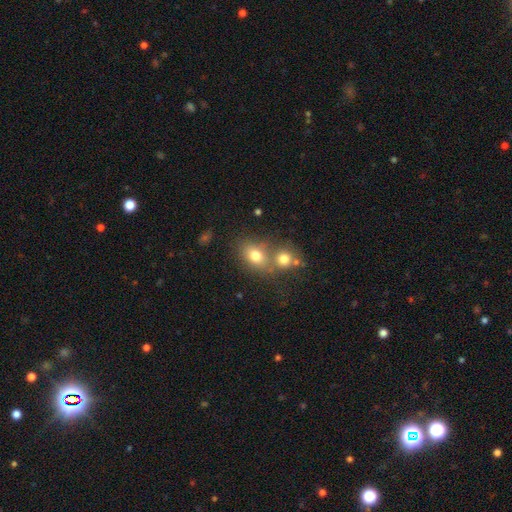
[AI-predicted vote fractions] smooth_or_featured: smooth (p=0.76) [alt: featured or disk p=0.12]
how_rounded: in between (p=0.61) [alt: round p=0.38]
merging: none (p=0.44) [alt: merger p=0.41]